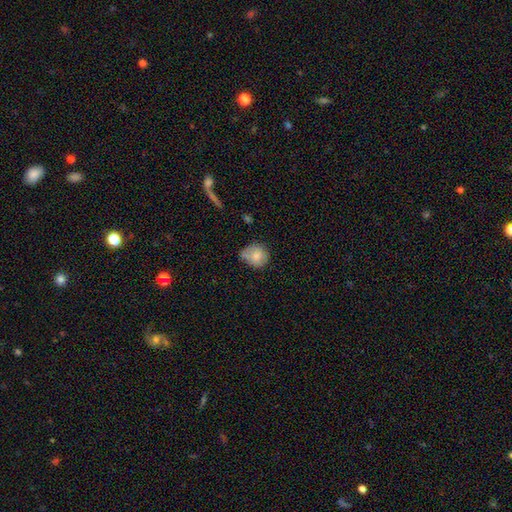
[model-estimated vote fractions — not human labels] smooth 76%, featured or disk 16%, star or artifact 8%. Down the decision tree: how rounded — round (73%); merging — none (55%).